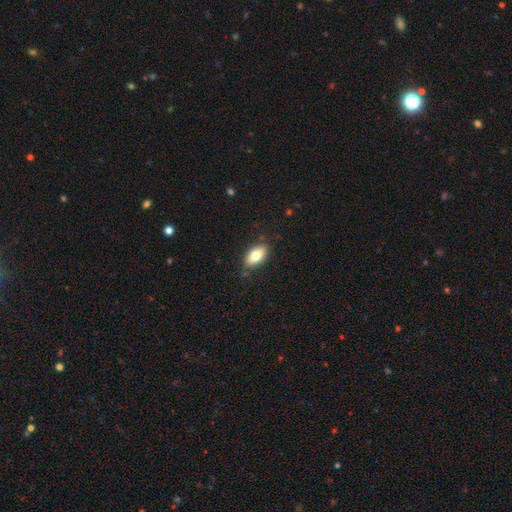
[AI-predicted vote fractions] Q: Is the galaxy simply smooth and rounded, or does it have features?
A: smooth — 77%.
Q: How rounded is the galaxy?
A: in between — 91%.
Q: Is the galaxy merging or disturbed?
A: none — 84%.